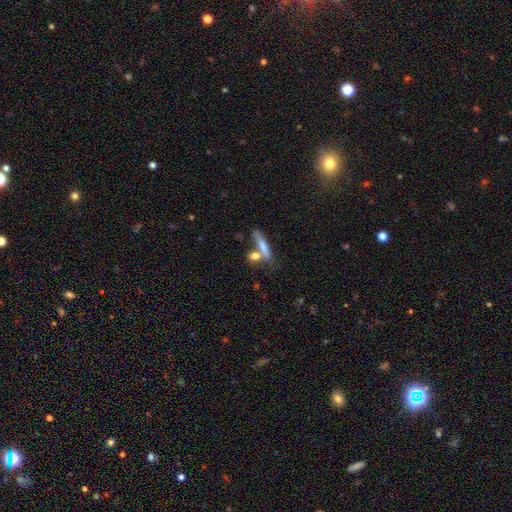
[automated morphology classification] A smooth galaxy with no disk features (72%) that is cigar-shaped (47%). Merging: none (49%).